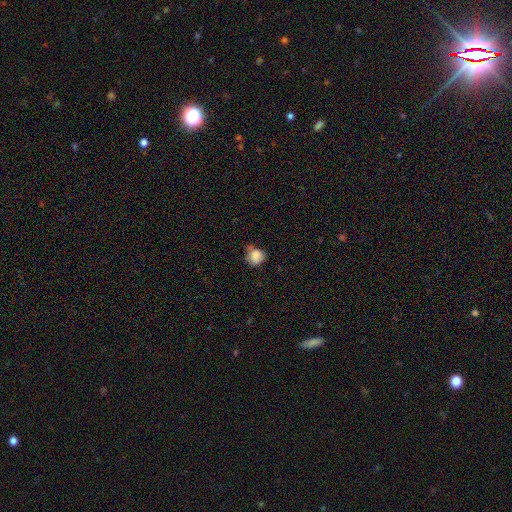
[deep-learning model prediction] smooth 83%, star or artifact 9%, featured or disk 7%. Down the decision tree: how rounded — round (79%); merging — none (55%).